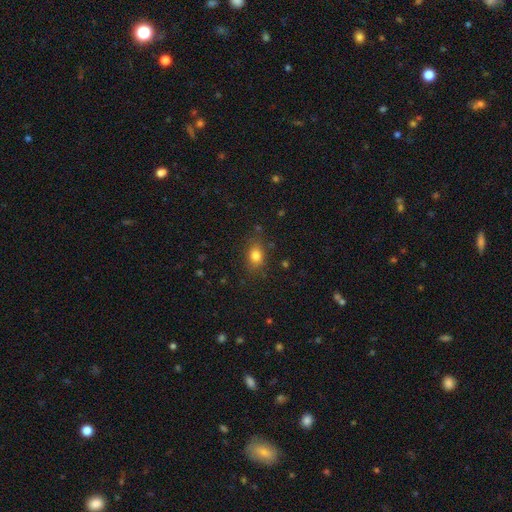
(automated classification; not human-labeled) smooth_or_featured: smooth (p=0.81) [alt: star or artifact p=0.12]
how_rounded: in between (p=0.67) [alt: round p=0.31]
merging: none (p=0.82) [alt: minor disturbance p=0.13]